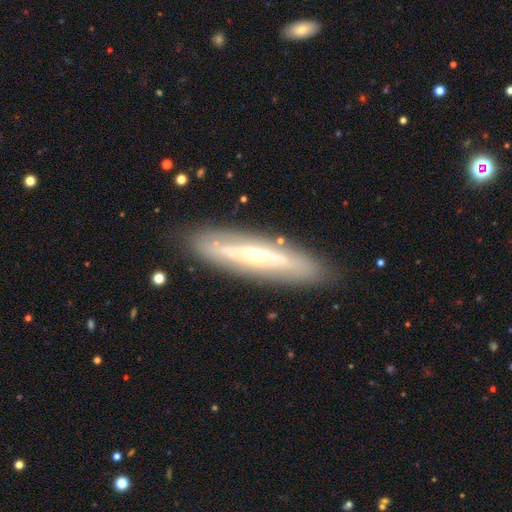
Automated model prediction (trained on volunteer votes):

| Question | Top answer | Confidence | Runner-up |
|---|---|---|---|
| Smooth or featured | featured or disk | 68% | smooth (25%) |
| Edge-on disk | yes | 53% | no (47%) |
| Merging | none | 85% | minor disturbance (11%) |